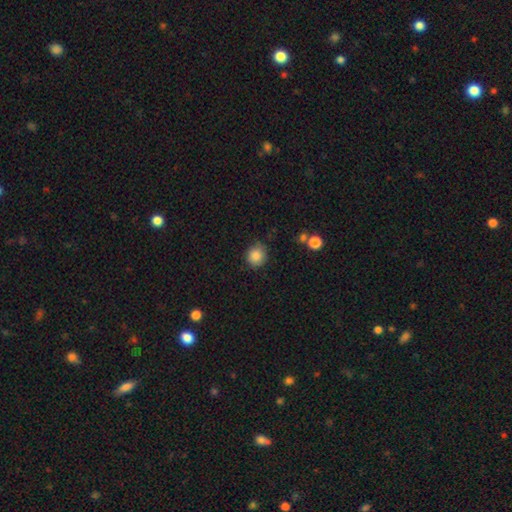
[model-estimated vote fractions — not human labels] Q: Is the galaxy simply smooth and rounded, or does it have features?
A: smooth — 86%.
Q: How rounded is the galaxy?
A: round — 84%.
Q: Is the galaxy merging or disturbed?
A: none — 81%.